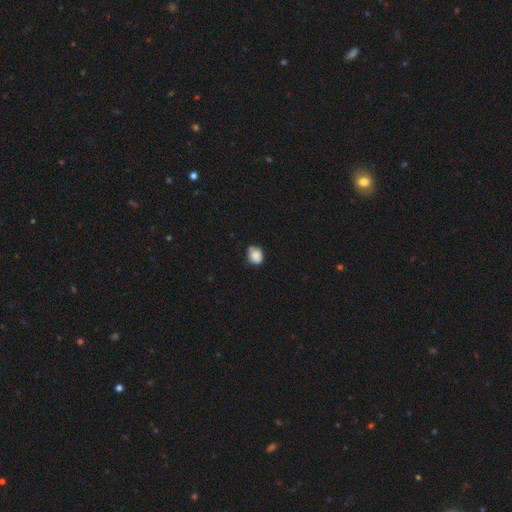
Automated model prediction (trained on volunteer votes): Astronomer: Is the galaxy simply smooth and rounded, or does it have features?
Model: smooth — 84%.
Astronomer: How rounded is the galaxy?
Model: round — 58% (runner-up: in between, 41%).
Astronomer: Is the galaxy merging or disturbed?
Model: none — 58%.